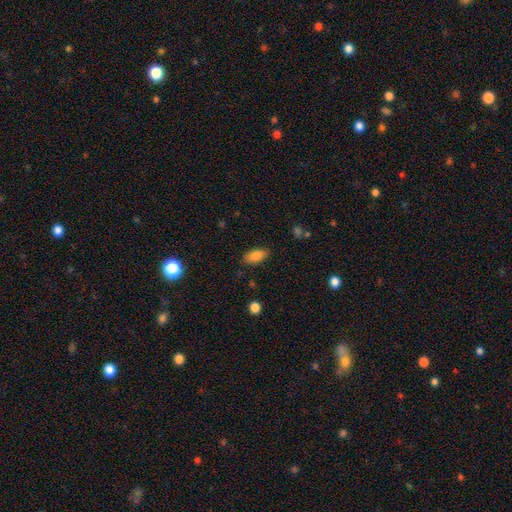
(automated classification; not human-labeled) This is clearly a smooth galaxy (82%). How rounded: clearly in between (88%). Merging: clearly none (85%).